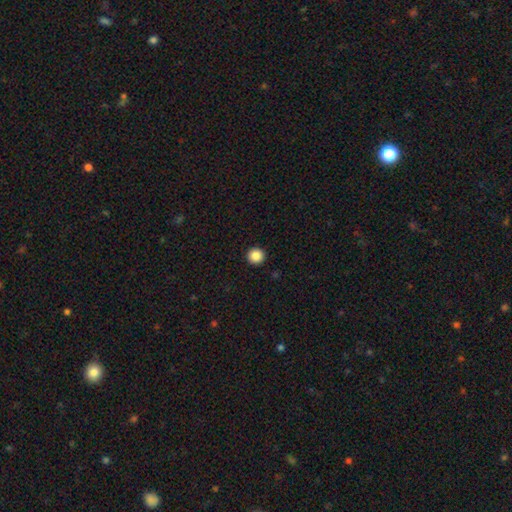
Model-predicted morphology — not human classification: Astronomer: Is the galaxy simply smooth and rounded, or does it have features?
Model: smooth — 87%.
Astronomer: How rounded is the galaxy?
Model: round — 96%.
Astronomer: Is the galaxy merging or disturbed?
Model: none — 94%.